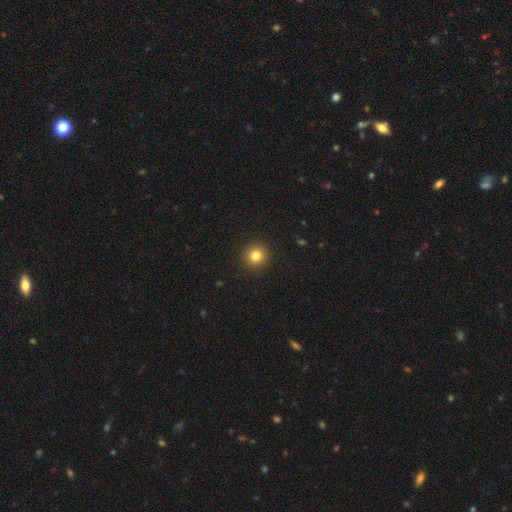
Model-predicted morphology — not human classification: Q: Smooth or featured?
A: smooth (81%); runner-up: star or artifact (12%)
Q: How rounded?
A: round (94%); runner-up: in between (5%)
Q: Merging?
A: none (93%); runner-up: minor disturbance (5%)